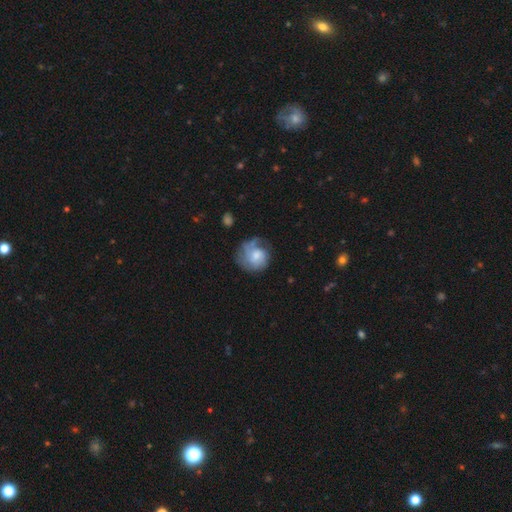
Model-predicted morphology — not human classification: Overall: featured or disk (47%; smooth 46%). Merging: none (50%; minor disturbance 25%).